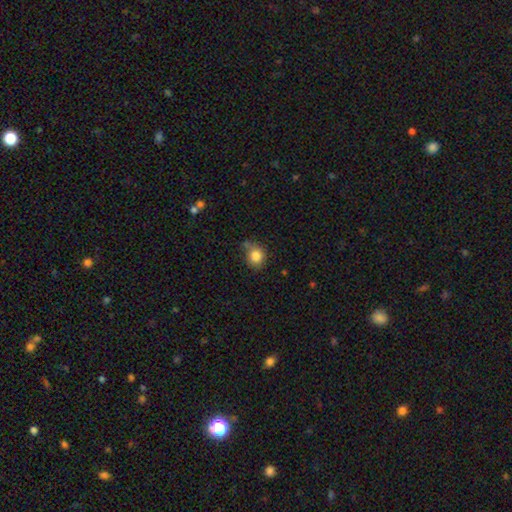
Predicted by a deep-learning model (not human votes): Q: Smooth or featured?
A: smooth (83%); runner-up: star or artifact (10%)
Q: How rounded?
A: round (72%); runner-up: in between (27%)
Q: Merging?
A: none (63%); runner-up: minor disturbance (24%)